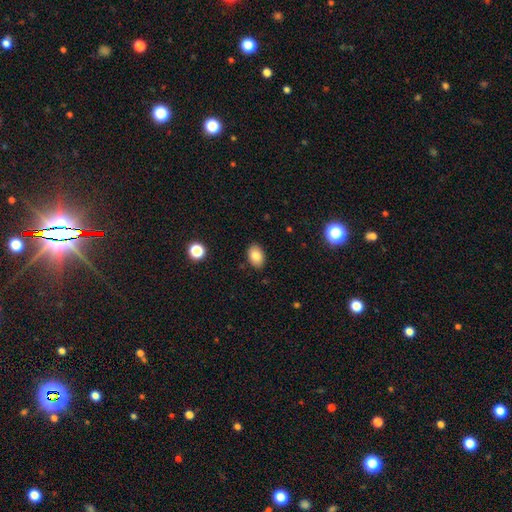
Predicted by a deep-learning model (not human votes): This appears to be a smooth galaxy with no disk features (81%) that is in between round and cigar-shaped (86%). Merging: none (87%).